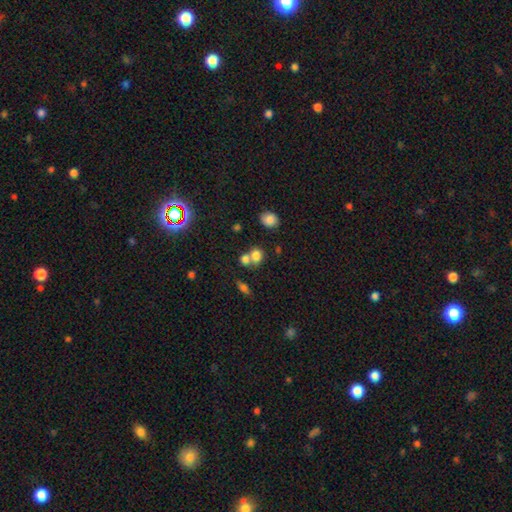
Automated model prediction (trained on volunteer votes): Smooth or featured?
  - smooth: 77% *
  - star or artifact: 13%
  - featured or disk: 10%
How rounded?
  - round: 62% *
  - in between: 36%
  - cigar-shaped: 1%
Merging?
  - merger: 48% *
  - none: 40%
  - minor disturbance: 9%
  - major disturbance: 4%